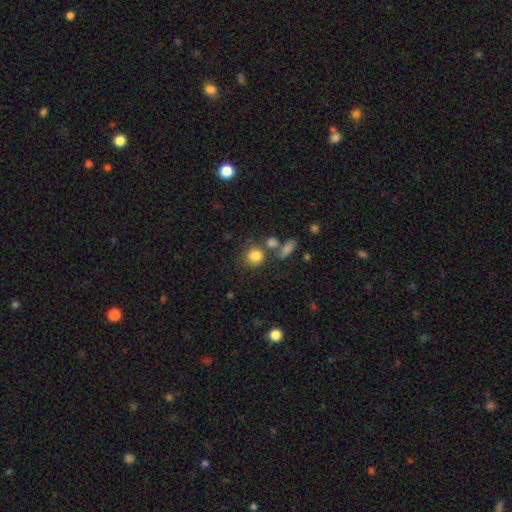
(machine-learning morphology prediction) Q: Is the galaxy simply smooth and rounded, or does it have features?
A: smooth — 82%.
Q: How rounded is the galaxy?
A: round — 80%.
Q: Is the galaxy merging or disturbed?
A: none — 59%.